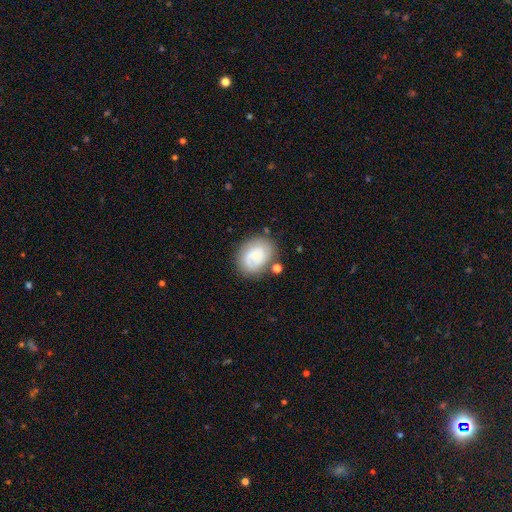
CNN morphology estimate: Overall: featured or disk (55%; smooth 38%). Edge-on disk: no (97%). Bar: no (73%). Spiral arms: yes (80%). Bulge size: small (69%). Merging: none (72%).